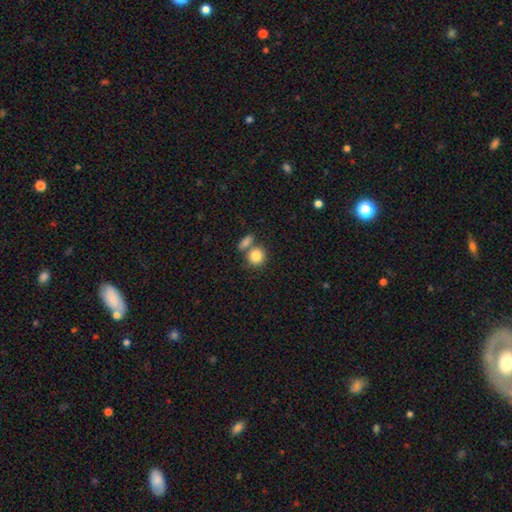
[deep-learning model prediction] Overall: smooth (84%). How rounded: round (82%). Merging: none (55%; merger 32%).